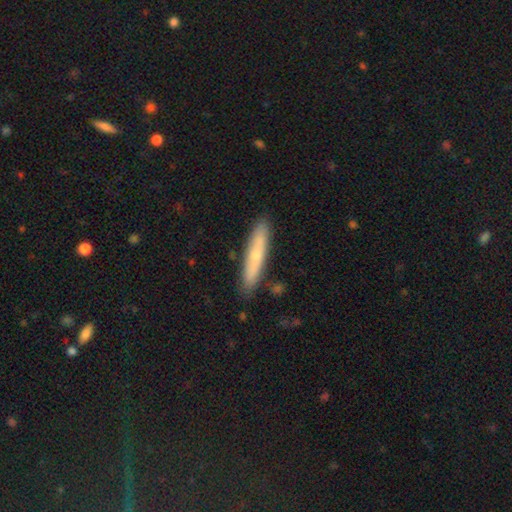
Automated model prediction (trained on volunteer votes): Smooth or featured? smooth (60%)
How rounded? cigar-shaped (90%)
Merging? none (87%)